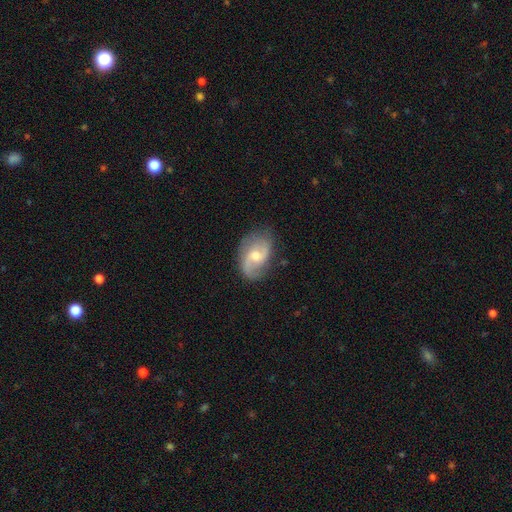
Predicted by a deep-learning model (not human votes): Smooth or featured? Predicted: featured or disk (p=0.79). Edge-on disk? Predicted: no (p=0.97). Bar? Predicted: weak (p=0.47). Spiral arms? Predicted: yes (p=0.94). Spiral winding? Predicted: loose (p=0.44). Spiral arm count? Predicted: 2 (p=0.84). Bulge size? Predicted: moderate (p=0.64). Merging? Predicted: none (p=0.72).